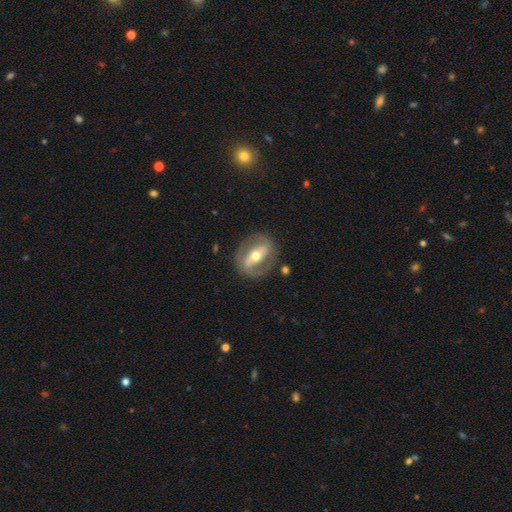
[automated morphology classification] smooth_or_featured: featured or disk (p=0.80) [alt: smooth p=0.15]
disk_edge_on: no (p=0.91) [alt: yes p=0.09]
bar: strong (p=0.64) [alt: weak p=0.21]
has_spiral_arms: yes (p=0.68) [alt: no p=0.32]
bulge_size: moderate (p=0.70) [alt: small p=0.22]
merging: none (p=0.81) [alt: minor disturbance p=0.12]